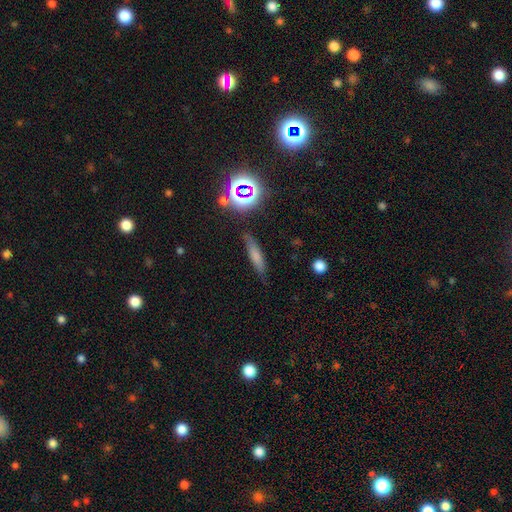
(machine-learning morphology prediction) This is likely a smooth galaxy (64%). How rounded: clearly cigar-shaped (81%). Merging: likely none (79%).